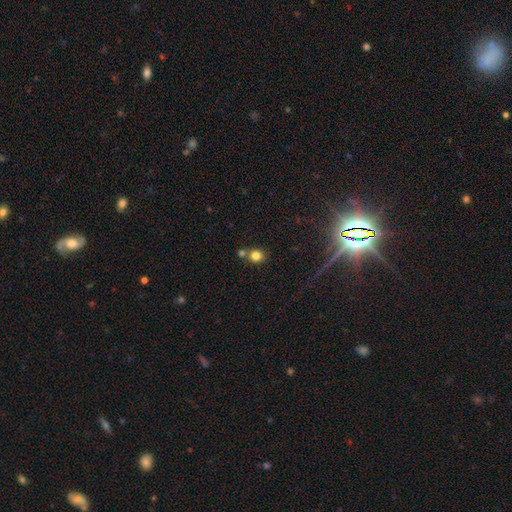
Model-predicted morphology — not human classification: Smooth or featured: smooth — 80% (star or artifact — 13%)
How rounded: round — 82% (in between — 17%)
Merging: none — 67% (merger — 21%)